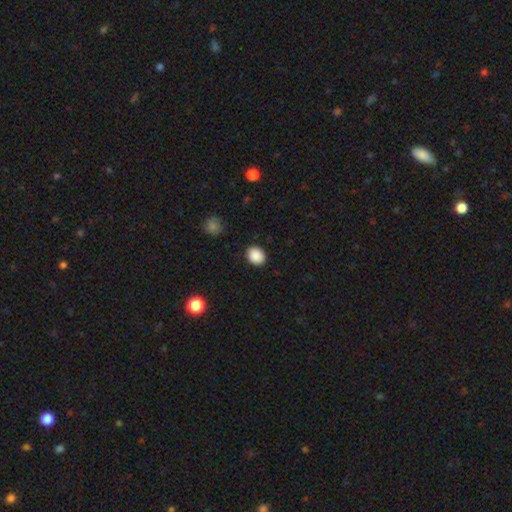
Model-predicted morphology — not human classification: Q: Smooth or featured?
A: smooth (89%); runner-up: star or artifact (9%)
Q: How rounded?
A: round (59%); runner-up: in between (40%)
Q: Merging?
A: none (89%); runner-up: minor disturbance (7%)